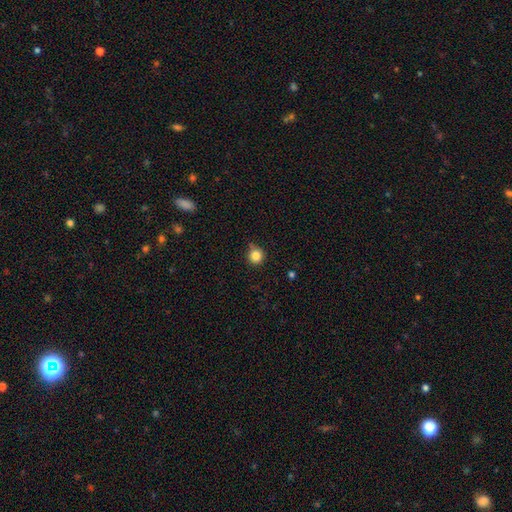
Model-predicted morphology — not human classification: Smooth or featured: smooth — 84% (star or artifact — 11%)
How rounded: round — 94% (in between — 5%)
Merging: none — 77% (minor disturbance — 16%)